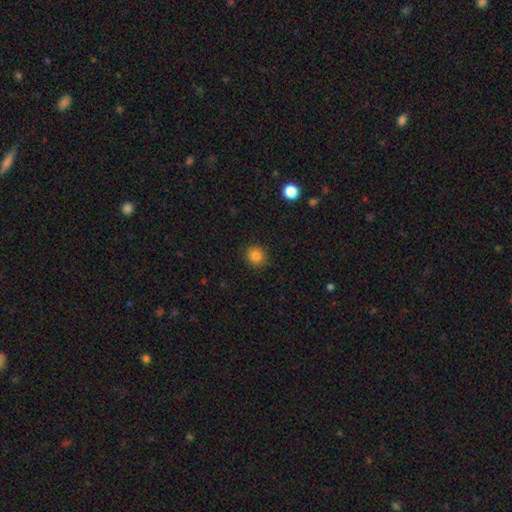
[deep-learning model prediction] Smooth or featured?
  - smooth: 84% *
  - star or artifact: 11%
  - featured or disk: 5%
How rounded?
  - round: 88% *
  - in between: 11%
  - cigar-shaped: 1%
Merging?
  - none: 90% *
  - minor disturbance: 7%
  - major disturbance: 2%
  - merger: 1%